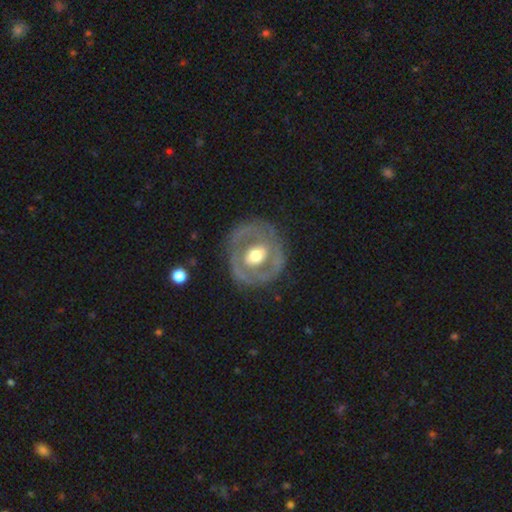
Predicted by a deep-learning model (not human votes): featured or disk 70%, smooth 25%, star or artifact 5%. Down the decision tree: edge-on disk — no (96%); bar — no (52%); spiral arms — no (60%); bulge size — moderate (64%); merging — none (74%).